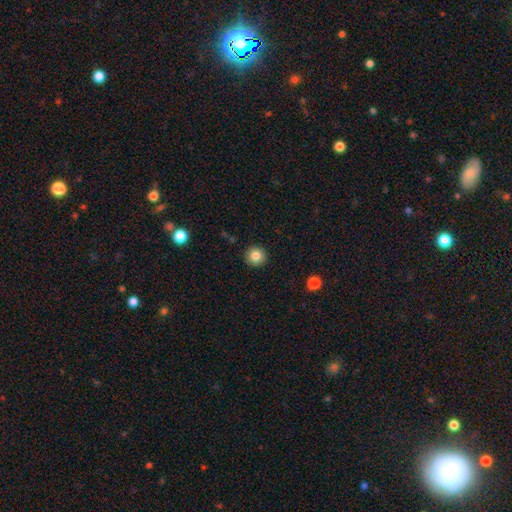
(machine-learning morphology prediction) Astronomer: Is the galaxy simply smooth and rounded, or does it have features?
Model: smooth — 82%.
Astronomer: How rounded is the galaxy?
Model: round — 93%.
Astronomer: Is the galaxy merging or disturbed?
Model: none — 92%.